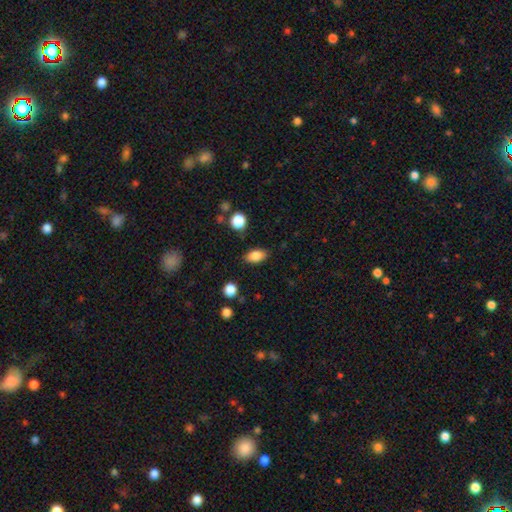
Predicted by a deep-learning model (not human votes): Overall: smooth (85%). How rounded: in between (88%). Merging: none (84%).